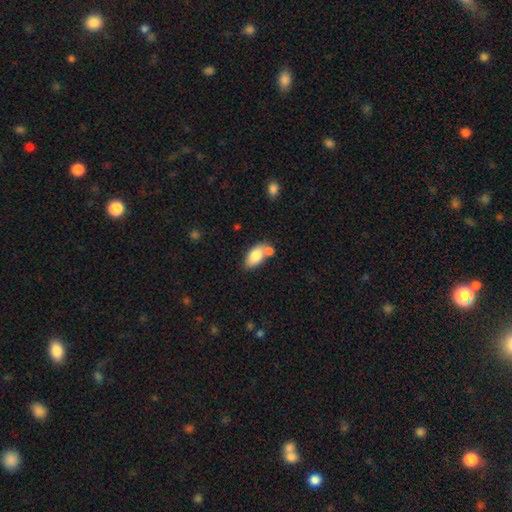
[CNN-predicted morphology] smooth_or_featured: smooth (p=0.79) [alt: featured or disk p=0.14]
how_rounded: in between (p=0.92) [alt: round p=0.05]
merging: none (p=0.53) [alt: merger p=0.28]